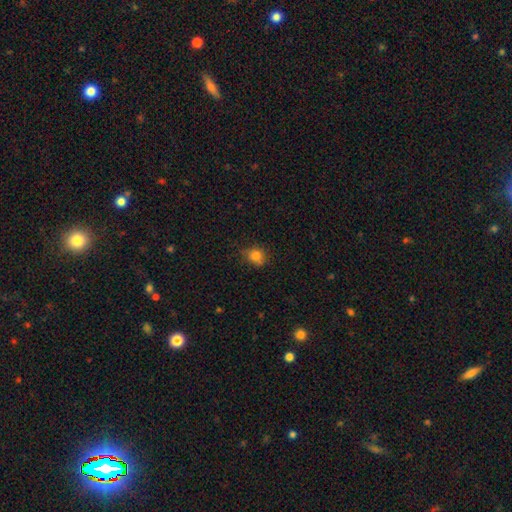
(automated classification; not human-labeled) smooth 80%, star or artifact 12%, featured or disk 8%. Down the decision tree: how rounded — round (69%); merging — none (67%).